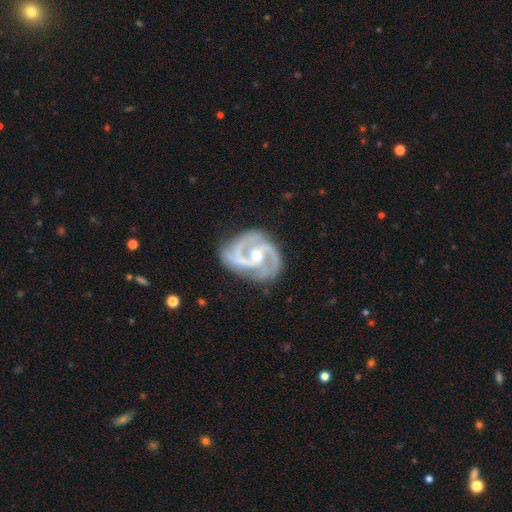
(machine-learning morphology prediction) smooth_or_featured: featured or disk (p=0.93) [alt: star or artifact p=0.04]
disk_edge_on: no (p=0.98) [alt: yes p=0.02]
bar: no (p=0.42) [alt: weak p=0.39]
has_spiral_arms: yes (p=0.98) [alt: no p=0.02]
spiral_winding: medium (p=0.58) [alt: tight p=0.32]
spiral_arm_count: 2 (p=0.74) [alt: 3 p=0.17]
bulge_size: moderate (p=0.64) [alt: small p=0.31]
merging: none (p=0.73) [alt: minor disturbance p=0.18]